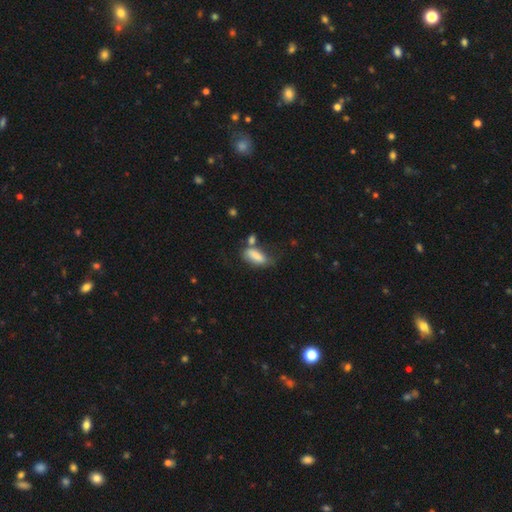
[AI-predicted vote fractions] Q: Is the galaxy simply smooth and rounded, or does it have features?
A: smooth — 81%.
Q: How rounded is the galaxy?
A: in between — 80%.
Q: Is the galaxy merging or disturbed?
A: none — 40%.